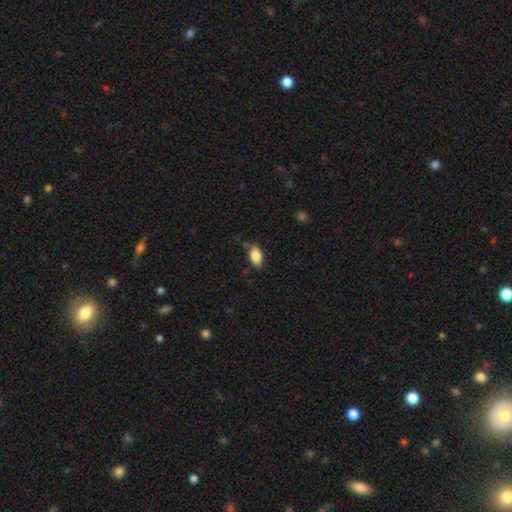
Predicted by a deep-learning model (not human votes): The model was most divided on "merging": none: 77%, minor disturbance: 17%, major disturbance: 3%, merger: 3%. More confident: how rounded — in between (91%); smooth or featured — smooth (85%).